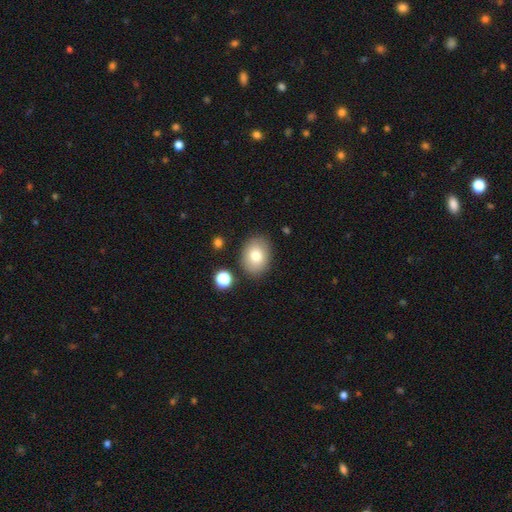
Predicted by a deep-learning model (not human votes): Overall: smooth (78%). How rounded: in between (64%; round 35%). Merging: none (84%).